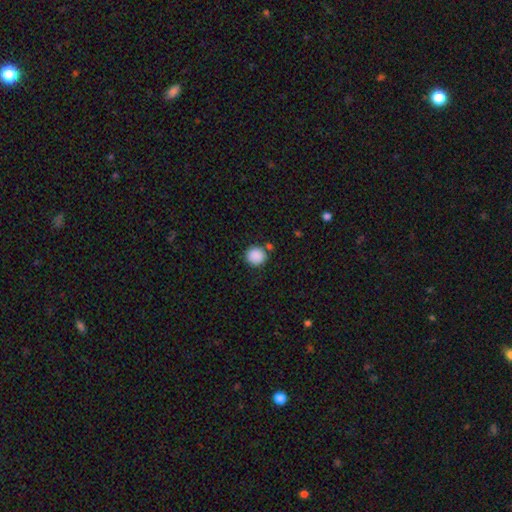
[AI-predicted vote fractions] A smooth galaxy with no disk features (88%) that is round (89%).

Vote fractions:
- Smooth or featured? smooth: 88% / star or artifact: 9% / featured or disk: 3%
- How rounded? round: 89% / in between: 11% / cigar-shaped: 1%
- Merging? none: 81% / minor disturbance: 10% / merger: 6% / major disturbance: 3%